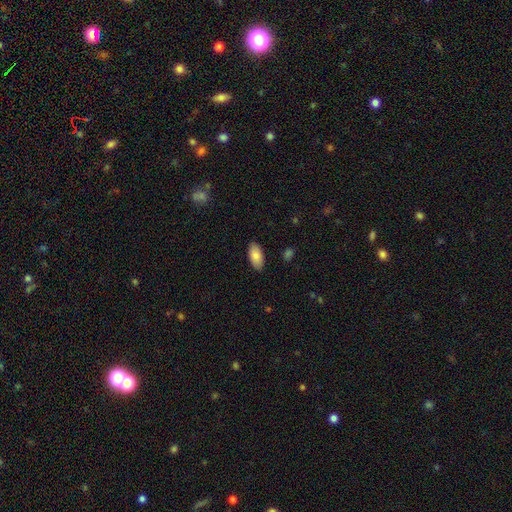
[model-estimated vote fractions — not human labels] smooth-or-featured: smooth: 85% | featured or disk: 9% | star or artifact: 6%
  how-rounded: in between: 93% | cigar-shaped: 5% | round: 2%
  merging: none: 88% | minor disturbance: 9% | major disturbance: 2% | merger: 1%